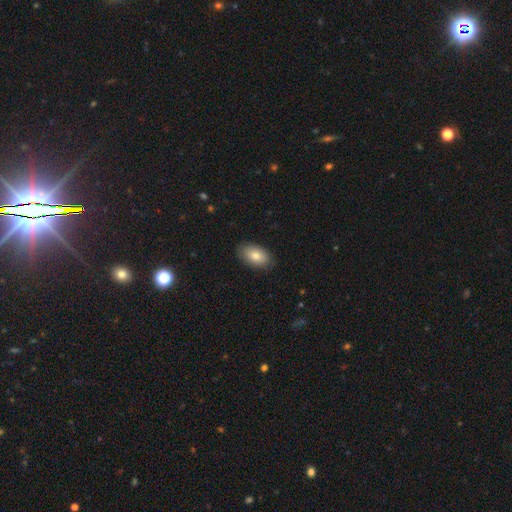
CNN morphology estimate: The model was most divided on "smooth or featured": smooth: 82%, featured or disk: 11%, star or artifact: 7%. More confident: how rounded — in between (92%); merging — none (86%).